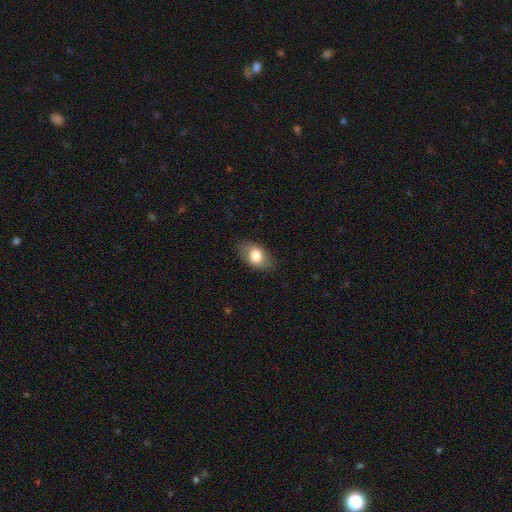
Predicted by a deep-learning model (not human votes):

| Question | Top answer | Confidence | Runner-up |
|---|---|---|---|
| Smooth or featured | smooth | 76% | featured or disk (18%) |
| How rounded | in between | 88% | round (10%) |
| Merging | none | 82% | minor disturbance (13%) |